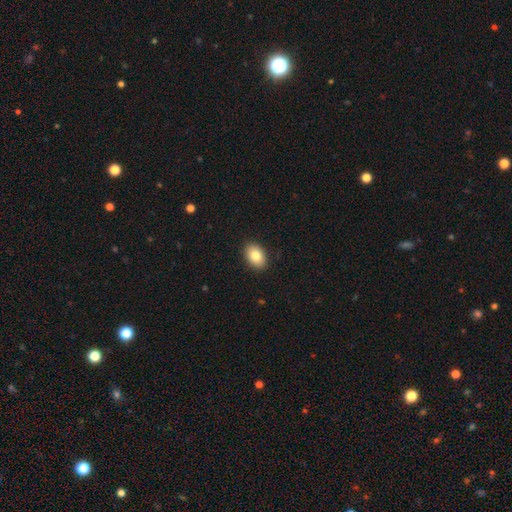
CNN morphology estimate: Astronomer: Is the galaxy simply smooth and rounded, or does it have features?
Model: smooth — 83%.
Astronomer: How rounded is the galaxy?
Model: in between — 86%.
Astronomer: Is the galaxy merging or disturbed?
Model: none — 90%.